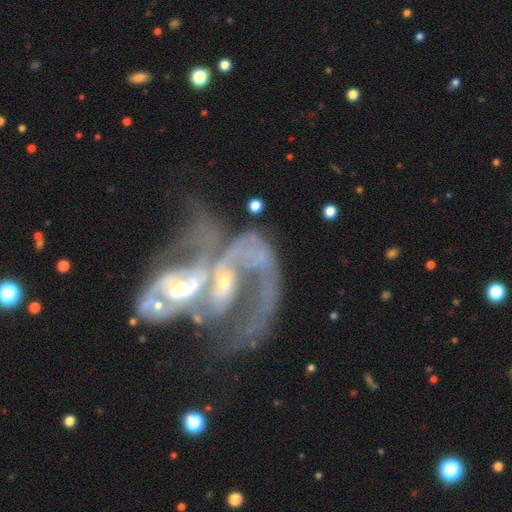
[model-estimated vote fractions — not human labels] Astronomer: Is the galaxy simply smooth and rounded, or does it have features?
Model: featured or disk — 82%.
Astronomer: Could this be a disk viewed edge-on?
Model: no — 97%.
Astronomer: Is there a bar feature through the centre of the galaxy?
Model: no — 55%.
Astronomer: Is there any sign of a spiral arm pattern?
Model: yes — 78%.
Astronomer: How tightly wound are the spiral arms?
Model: loose — 43% (runner-up: medium, 38%).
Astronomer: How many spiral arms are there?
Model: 2 — 47%.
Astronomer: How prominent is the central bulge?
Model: moderate — 45% (runner-up: small, 41%).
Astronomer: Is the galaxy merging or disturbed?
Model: merger — 76%.